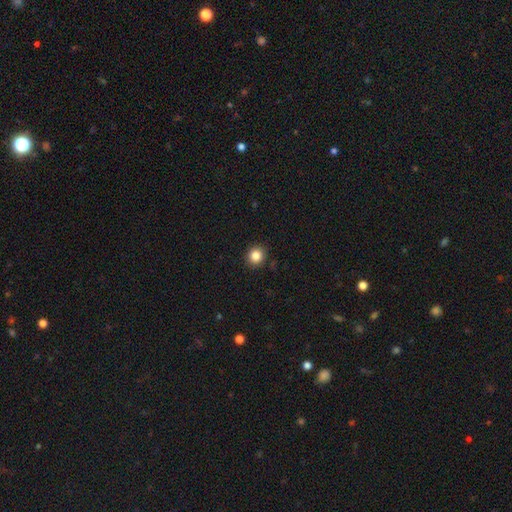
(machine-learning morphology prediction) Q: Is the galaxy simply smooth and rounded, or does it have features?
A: smooth — 85%.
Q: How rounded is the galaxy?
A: round — 89%.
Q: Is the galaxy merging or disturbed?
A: none — 92%.